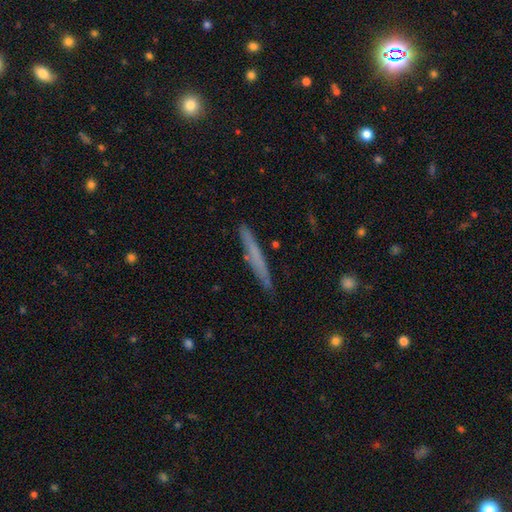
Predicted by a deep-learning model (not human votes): smooth-or-featured: smooth: 56% | featured or disk: 37% | star or artifact: 7%
  how-rounded: cigar-shaped: 96% | in between: 3% | round: 2%
  merging: none: 87% | minor disturbance: 10% | major disturbance: 2% | merger: 1%